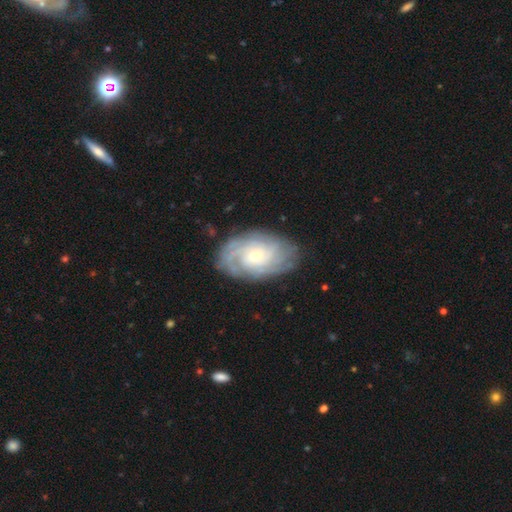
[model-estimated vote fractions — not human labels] Smooth or featured? featured or disk (80%)
Edge-on disk? no (95%)
Bar? no (69%)
Spiral arms? yes (95%)
Spiral winding? tight (72%)
Spiral arm count? can't tell (40%)
Bulge size? small (59%)
Merging? none (80%)